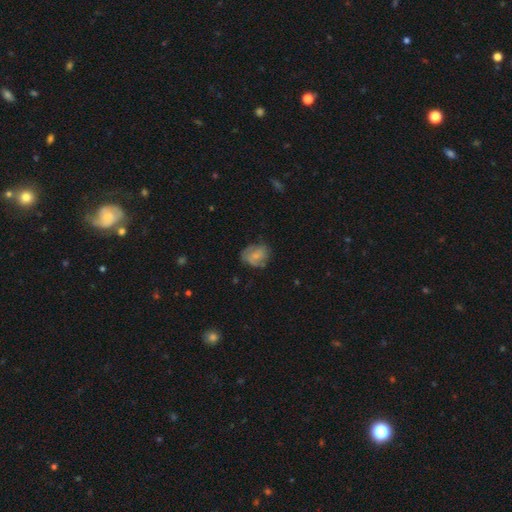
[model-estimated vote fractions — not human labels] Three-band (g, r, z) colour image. It shows a smooth galaxy with no disk features (59%) that is in between round and cigar-shaped (52%). Merging: none (58%).